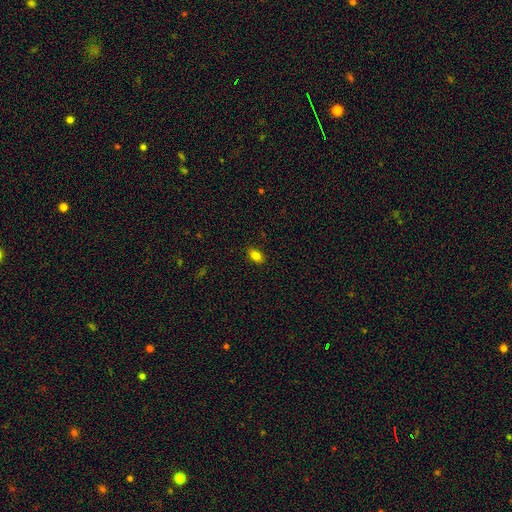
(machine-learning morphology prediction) smooth-or-featured: smooth: 83% | star or artifact: 10% | featured or disk: 7%
  how-rounded: in between: 87% | round: 10% | cigar-shaped: 2%
  merging: none: 87% | minor disturbance: 9% | major disturbance: 2% | merger: 1%